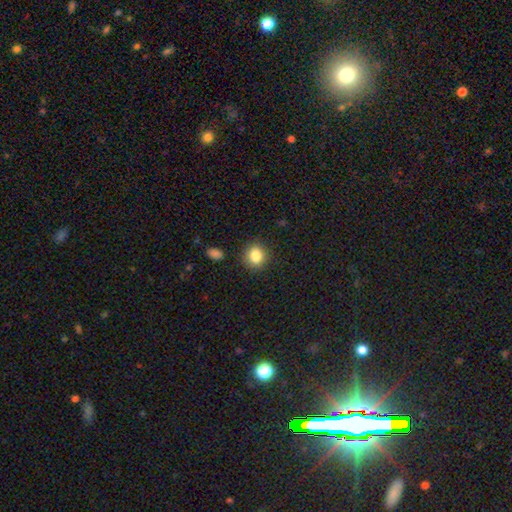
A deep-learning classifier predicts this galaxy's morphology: smooth-or-featured: smooth: 85% | star or artifact: 10% | featured or disk: 5%
  how-rounded: round: 73% | in between: 26% | cigar-shaped: 1%
  merging: none: 88% | minor disturbance: 8% | major disturbance: 3% | merger: 2%